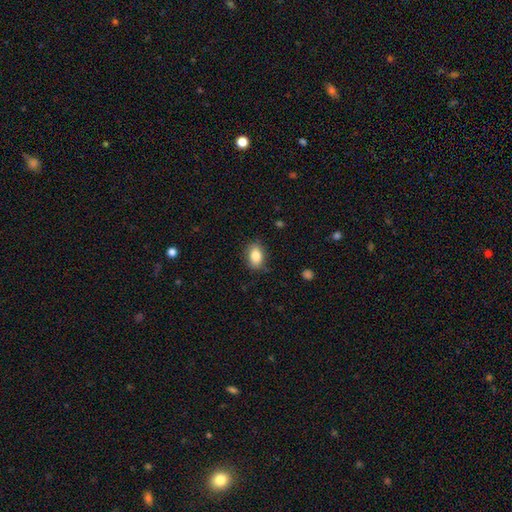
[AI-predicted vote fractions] Morphology: type=smooth (85%); roundness=in between (82%); merging=none (81%).